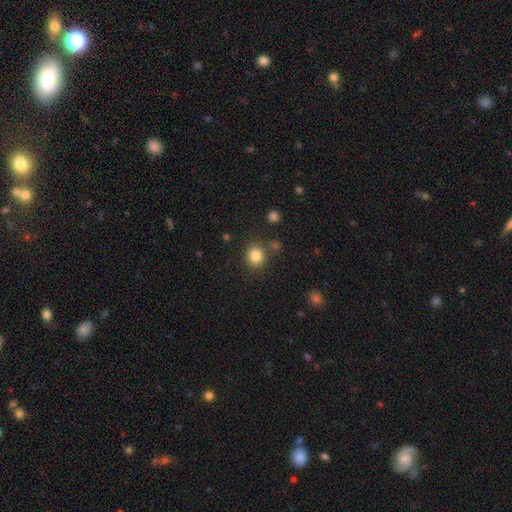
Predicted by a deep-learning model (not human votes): Smooth or featured? smooth (84%)
How rounded? round (74%)
Merging? none (80%)